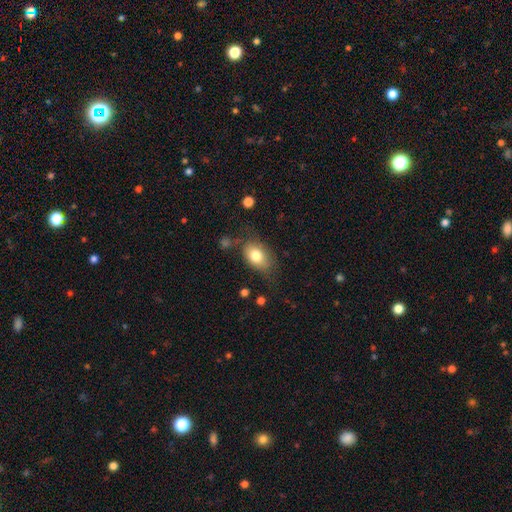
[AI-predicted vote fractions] The model was most divided on "merging": none: 66%, minor disturbance: 22%, major disturbance: 8%, merger: 4%. More confident: how rounded — in between (82%); smooth or featured — smooth (79%).